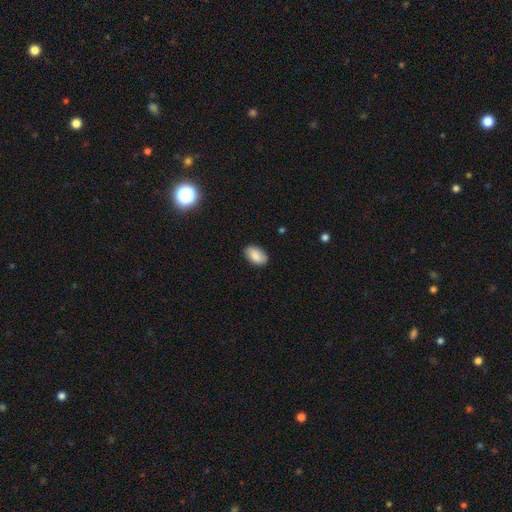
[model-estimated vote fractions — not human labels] A smooth galaxy with no disk features (84%) that is in between round and cigar-shaped (92%).

Vote fractions:
- Smooth or featured? smooth: 84% / featured or disk: 9% / star or artifact: 7%
- How rounded? in between: 92% / round: 6% / cigar-shaped: 1%
- Merging? none: 84% / minor disturbance: 12% / major disturbance: 2% / merger: 1%